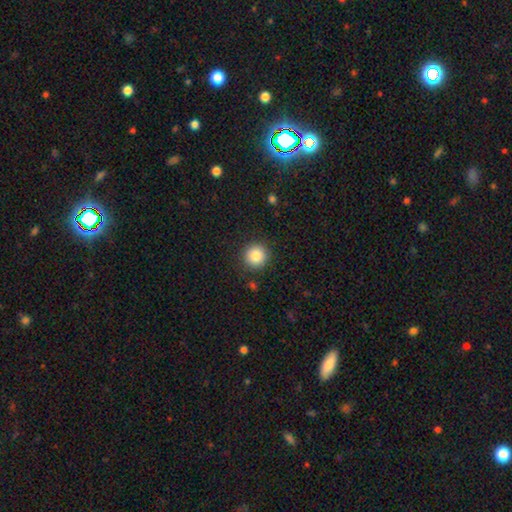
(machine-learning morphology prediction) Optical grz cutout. It shows a smooth galaxy with no disk features (85%) that is round (94%). Merging: none (90%).